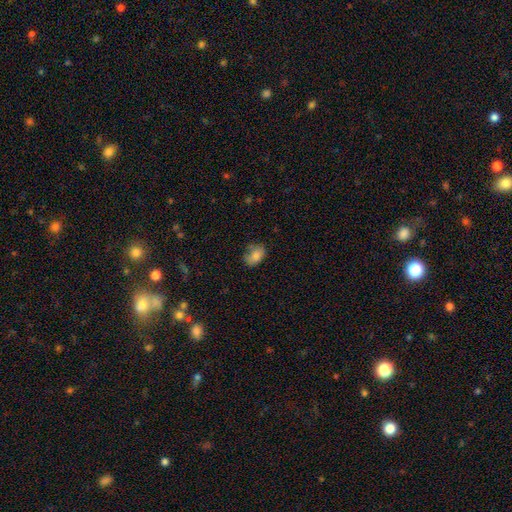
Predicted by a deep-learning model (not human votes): A smooth galaxy with no disk features (82%) that is in between round and cigar-shaped (79%).

Vote fractions:
- Smooth or featured? smooth: 82% / featured or disk: 9% / star or artifact: 9%
- How rounded? in between: 79% / round: 20% / cigar-shaped: 1%
- Merging? none: 65% / minor disturbance: 27% / major disturbance: 6% / merger: 3%